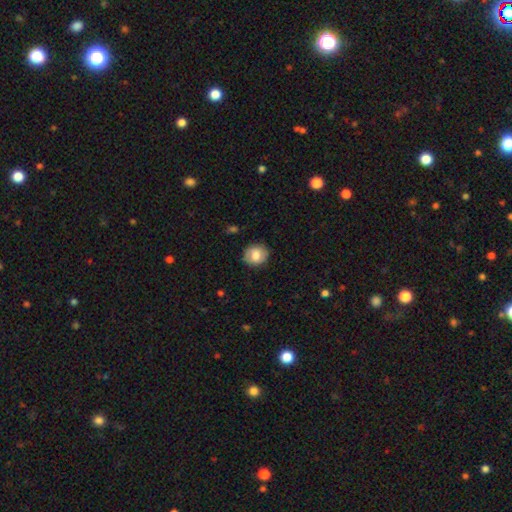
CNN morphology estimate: A smooth galaxy with no disk features (72%) that is round (77%).

Vote fractions:
- Smooth or featured? smooth: 72% / featured or disk: 20% / star or artifact: 8%
- How rounded? round: 77% / in between: 22% / cigar-shaped: 1%
- Merging? none: 85% / minor disturbance: 11% / major disturbance: 3% / merger: 1%